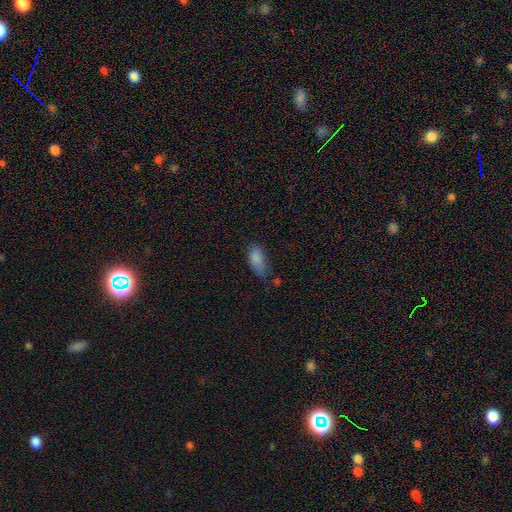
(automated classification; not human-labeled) A smooth galaxy with no disk features (84%) that is in between round and cigar-shaped (88%). Merging: none (43%).